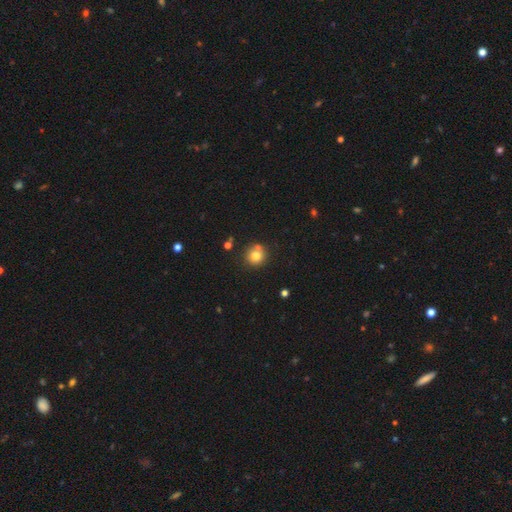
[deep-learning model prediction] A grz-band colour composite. It shows a smooth galaxy with no disk features (78%) that is round (92%). Merging: none (72%).